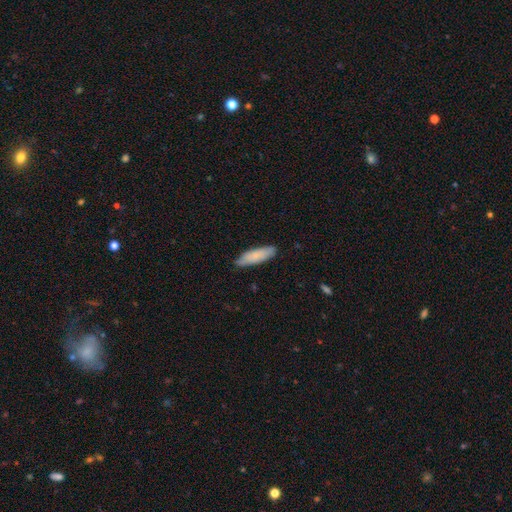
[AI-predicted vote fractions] Q: Smooth or featured?
A: smooth (81%); runner-up: featured or disk (13%)
Q: How rounded?
A: cigar-shaped (54%); runner-up: in between (44%)
Q: Merging?
A: none (82%); runner-up: minor disturbance (15%)